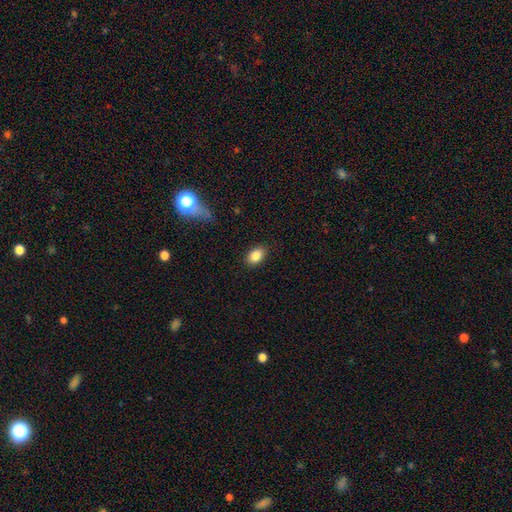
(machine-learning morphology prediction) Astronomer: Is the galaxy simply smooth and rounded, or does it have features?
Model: smooth — 85%.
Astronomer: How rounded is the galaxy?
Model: in between — 84%.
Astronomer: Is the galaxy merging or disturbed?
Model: none — 87%.